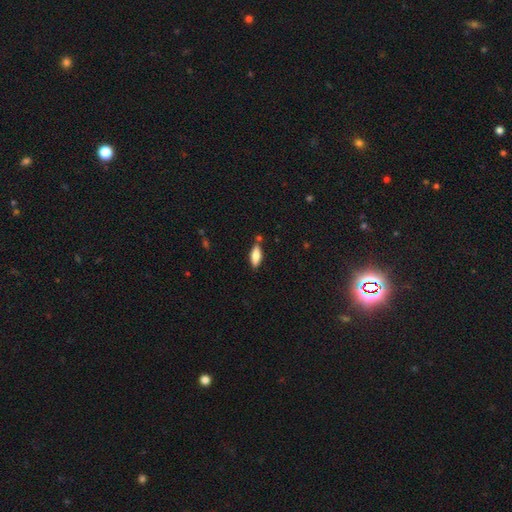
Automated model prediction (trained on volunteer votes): smooth 80%, featured or disk 13%, star or artifact 7%. Down the decision tree: how rounded — in between (72%); merging — none (77%).